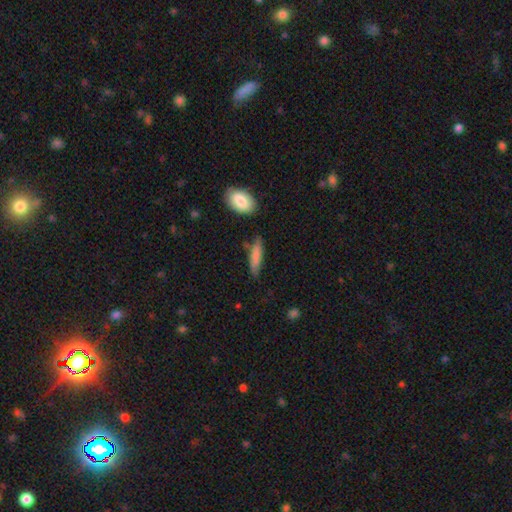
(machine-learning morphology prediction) Smooth or featured? Predicted: smooth (p=0.80). How rounded? Predicted: cigar-shaped (p=0.71). Merging? Predicted: none (p=0.71).